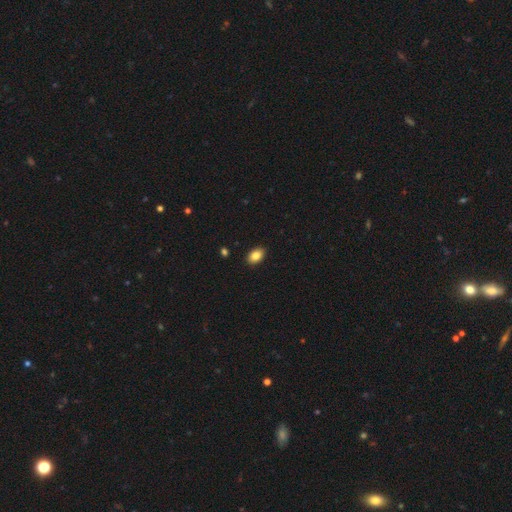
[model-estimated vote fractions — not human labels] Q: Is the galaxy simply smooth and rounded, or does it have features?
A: smooth — 86%.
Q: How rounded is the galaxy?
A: in between — 88%.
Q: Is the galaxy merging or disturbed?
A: none — 91%.